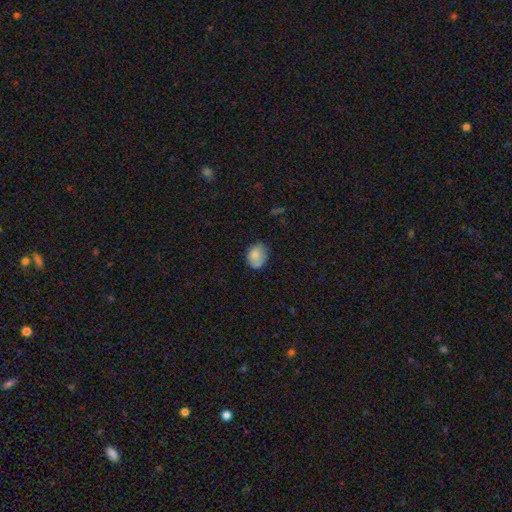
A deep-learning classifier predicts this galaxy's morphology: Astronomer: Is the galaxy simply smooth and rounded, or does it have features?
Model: smooth — 79%.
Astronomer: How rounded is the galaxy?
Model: in between — 64%.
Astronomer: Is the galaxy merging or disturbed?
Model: none — 60%.